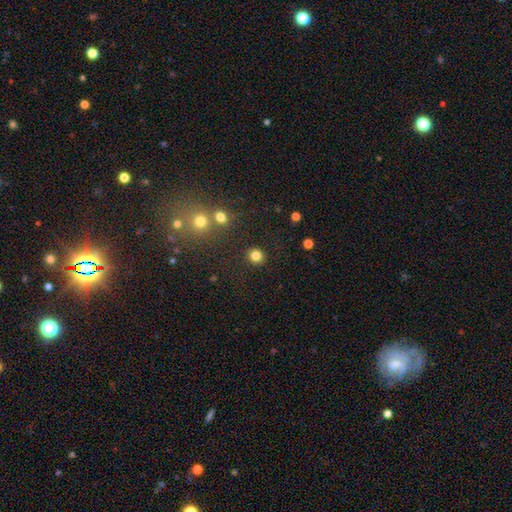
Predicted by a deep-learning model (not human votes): The model was most divided on "smooth or featured": smooth: 82%, star or artifact: 13%, featured or disk: 5%. More confident: how rounded — round (90%); merging — none (89%).